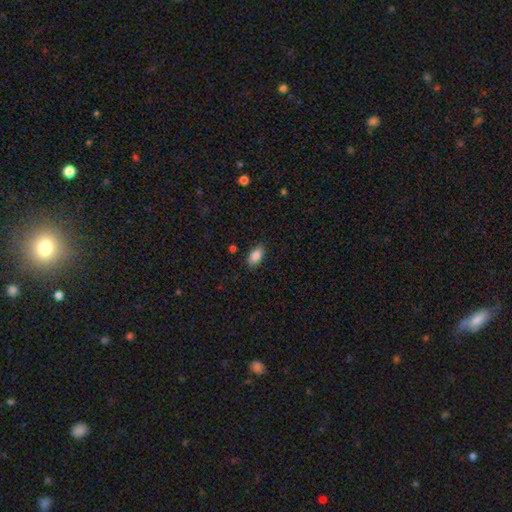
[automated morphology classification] This is clearly a smooth galaxy (87%). How rounded: clearly in between (92%). Merging: clearly none (85%).